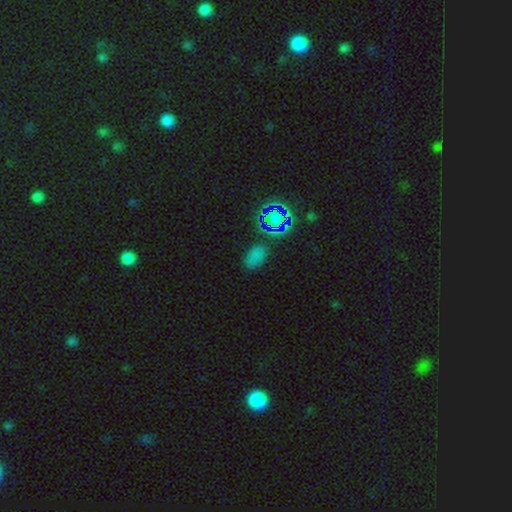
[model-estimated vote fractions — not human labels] Overall: smooth (64%; star or artifact 27%). How rounded: in between (85%). Merging: none (77%).